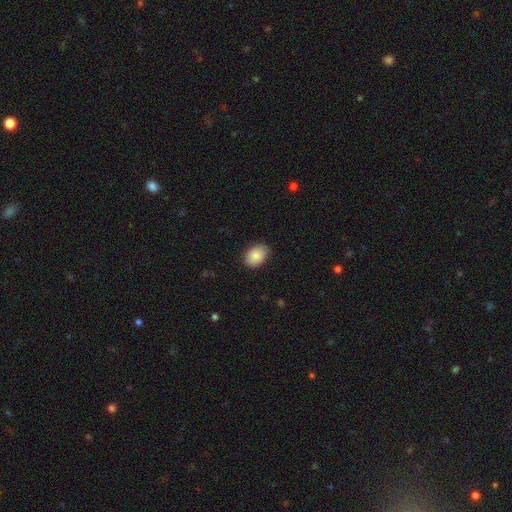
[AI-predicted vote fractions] smooth 86%, star or artifact 7%, featured or disk 7%. Down the decision tree: how rounded — in between (80%); merging — none (85%).